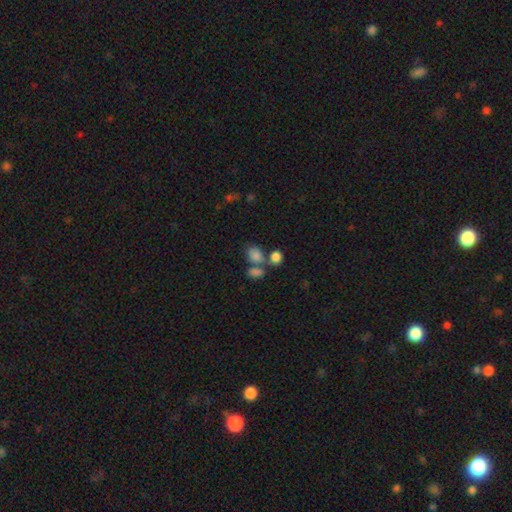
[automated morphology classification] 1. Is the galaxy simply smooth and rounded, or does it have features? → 80% smooth, 11% star or artifact, 9% featured or disk.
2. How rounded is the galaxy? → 71% in between, 28% round, 2% cigar-shaped.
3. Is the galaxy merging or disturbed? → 42% none, 39% merger, 12% minor disturbance, 6% major disturbance.